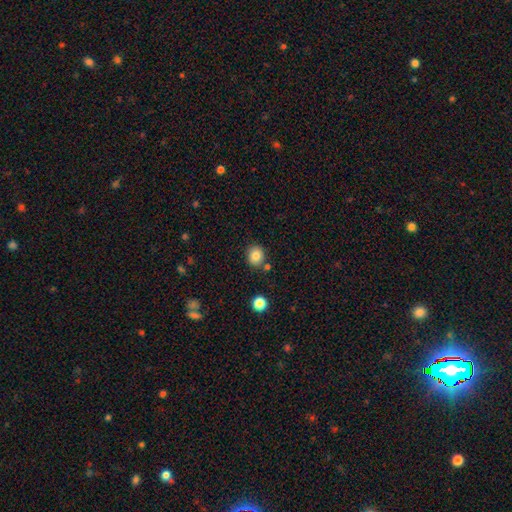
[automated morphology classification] Smooth or featured?
  - smooth: 83% *
  - star or artifact: 10%
  - featured or disk: 7%
How rounded?
  - round: 77% *
  - in between: 22%
  - cigar-shaped: 1%
Merging?
  - none: 81% *
  - minor disturbance: 9%
  - merger: 7%
  - major disturbance: 3%